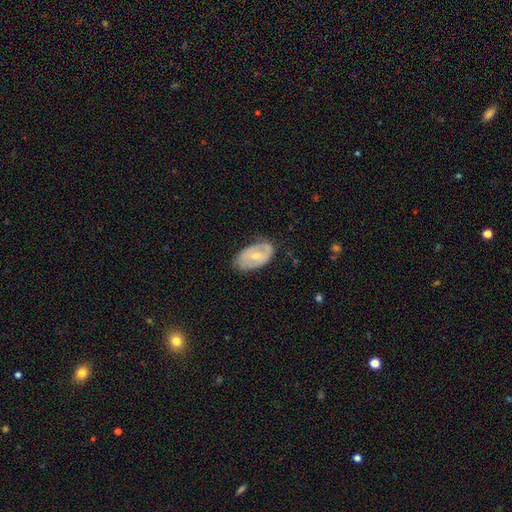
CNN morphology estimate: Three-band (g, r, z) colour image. It shows a featured or disk galaxy (53%). Merging: none (65%).